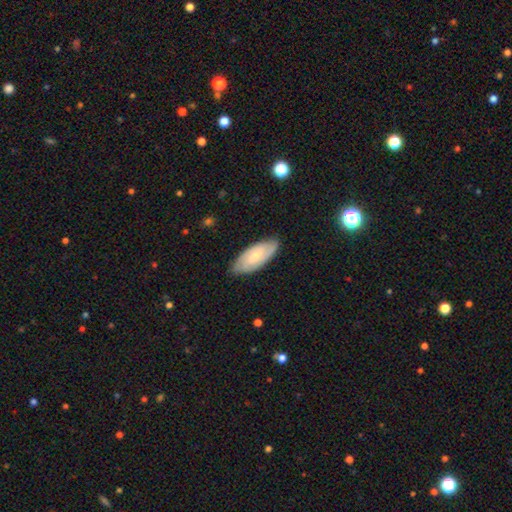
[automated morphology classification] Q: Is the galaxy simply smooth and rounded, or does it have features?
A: featured or disk — 53%.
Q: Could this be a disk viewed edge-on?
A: no — 89%.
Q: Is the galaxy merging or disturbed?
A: none — 81%.